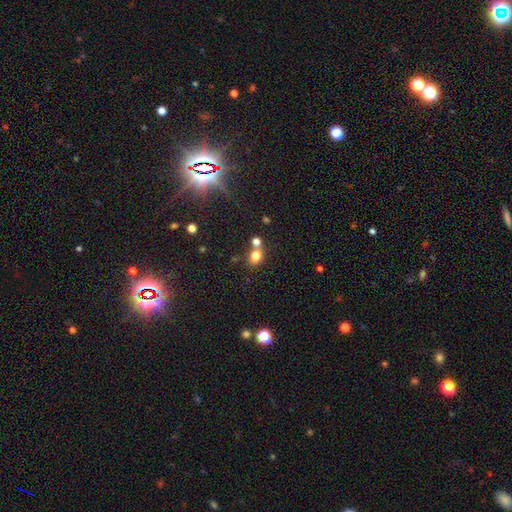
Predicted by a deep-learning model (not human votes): The model was most divided on "how rounded": round: 54%, in between: 45%, cigar-shaped: 1%. More confident: smooth or featured — smooth (77%); merging — none (50%).